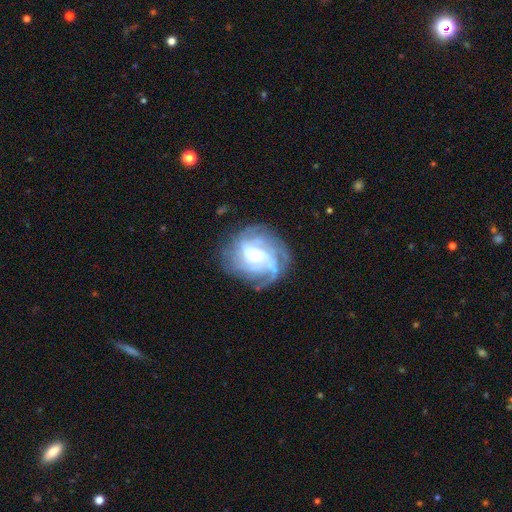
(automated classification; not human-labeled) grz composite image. It shows a featured or disk galaxy (82%) with no bar (60%), tight (58%) spiral arms (93%) and a small central bulge (59%). Merging: none (70%).